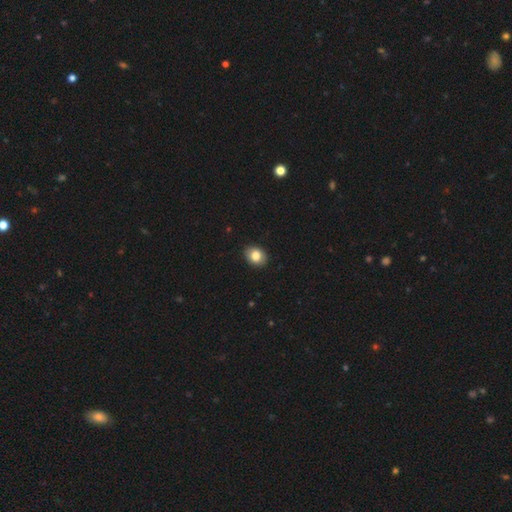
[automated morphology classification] Overall: smooth (83%). How rounded: in between (64%; round 35%). Merging: none (90%).